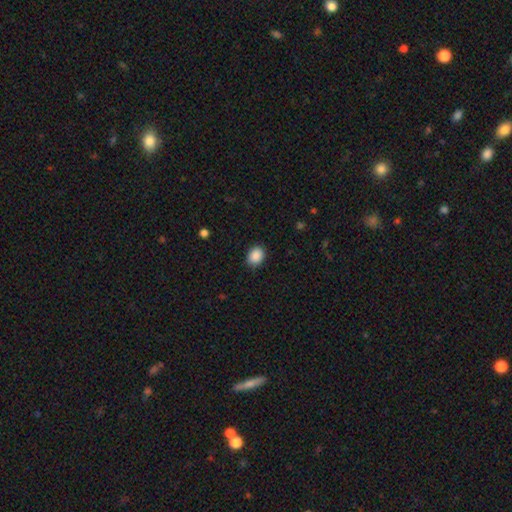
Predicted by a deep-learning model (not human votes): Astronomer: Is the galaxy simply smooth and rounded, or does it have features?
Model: smooth — 89%.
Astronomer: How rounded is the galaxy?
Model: in between — 57% (runner-up: round, 42%).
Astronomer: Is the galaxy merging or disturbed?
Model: none — 87%.